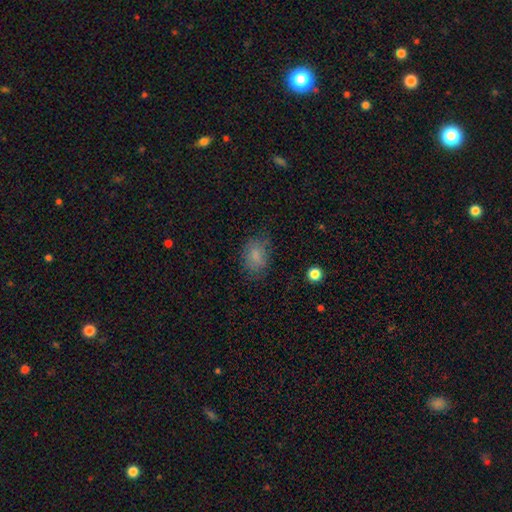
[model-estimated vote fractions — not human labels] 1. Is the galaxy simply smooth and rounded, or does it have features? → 79% smooth, 11% star or artifact, 10% featured or disk.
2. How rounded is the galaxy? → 79% in between, 20% round, 1% cigar-shaped.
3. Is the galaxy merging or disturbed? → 70% none, 20% minor disturbance, 8% major disturbance, 1% merger.